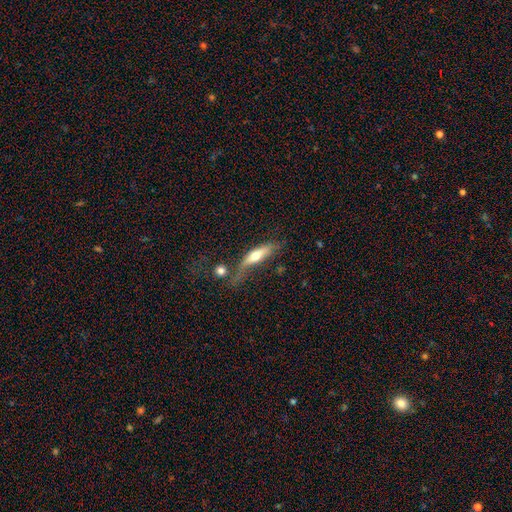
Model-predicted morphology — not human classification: smooth 54%, featured or disk 39%, star or artifact 6%. Down the decision tree: how rounded — cigar-shaped (62%); merging — none (38%).